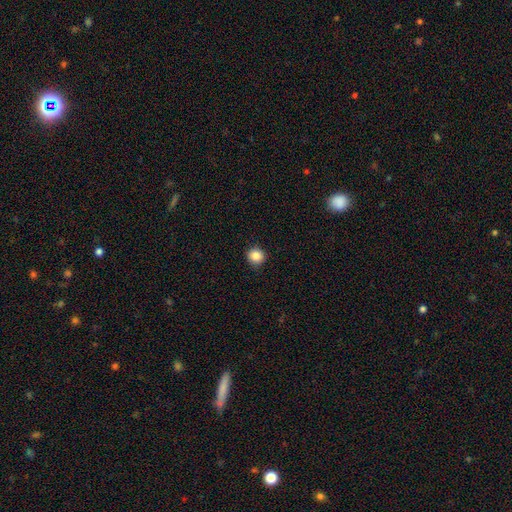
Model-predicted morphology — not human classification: A smooth galaxy with no disk features (86%) that is round (91%).

Vote fractions:
- Smooth or featured? smooth: 86% / star or artifact: 10% / featured or disk: 4%
- How rounded? round: 91% / in between: 8% / cigar-shaped: 1%
- Merging? none: 91% / minor disturbance: 6% / major disturbance: 2% / merger: 1%